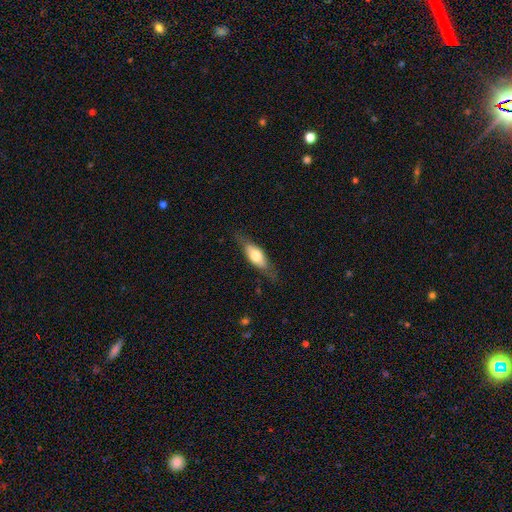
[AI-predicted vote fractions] Smooth or featured: smooth — 57% (featured or disk — 37%)
How rounded: in between — 67% (cigar-shaped — 29%)
Merging: none — 74% (minor disturbance — 19%)